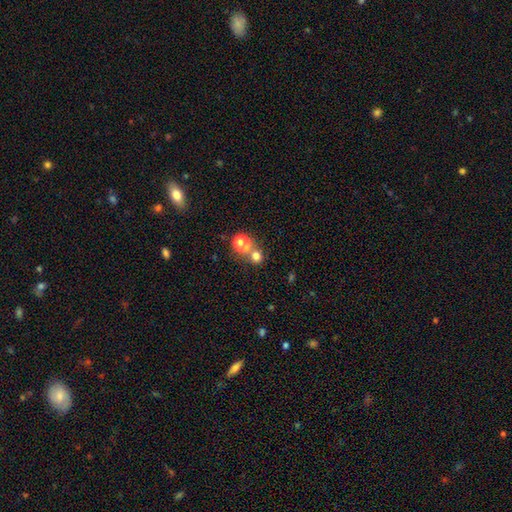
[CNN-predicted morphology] Smooth or featured? Predicted: smooth (p=0.70). How rounded? Predicted: round (p=0.82). Merging? Predicted: merger (p=0.49).